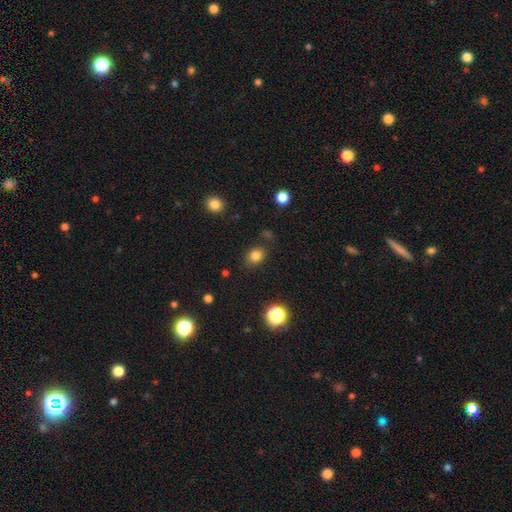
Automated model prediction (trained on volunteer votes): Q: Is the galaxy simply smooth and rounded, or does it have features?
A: smooth — 81%.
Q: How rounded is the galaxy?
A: round — 54%.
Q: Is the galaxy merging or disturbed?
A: none — 82%.